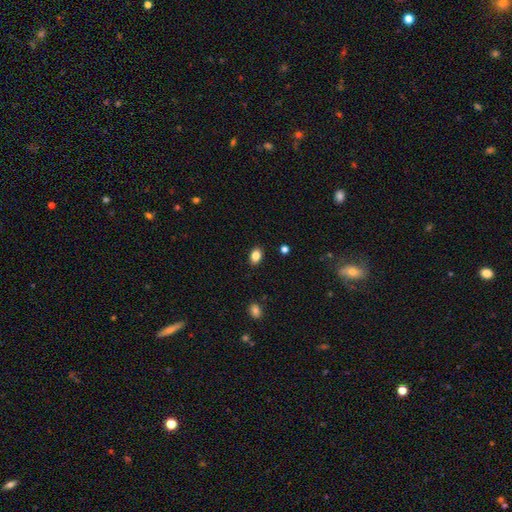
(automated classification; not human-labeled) Overall: smooth (85%). How rounded: in between (82%). Merging: none (88%).